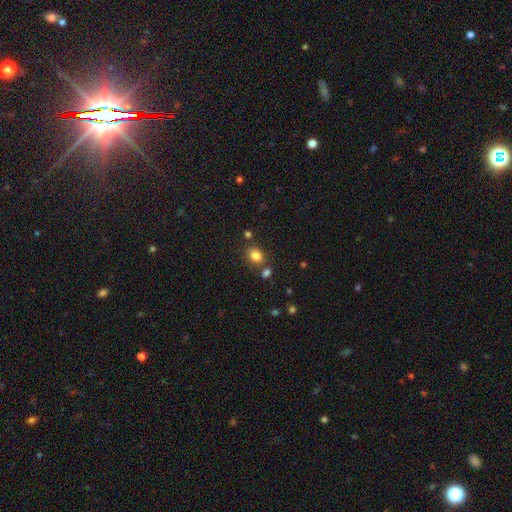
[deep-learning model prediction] The model was most divided on "how rounded": round: 52%, in between: 47%, cigar-shaped: 1%. More confident: smooth or featured — smooth (82%); merging — none (72%).